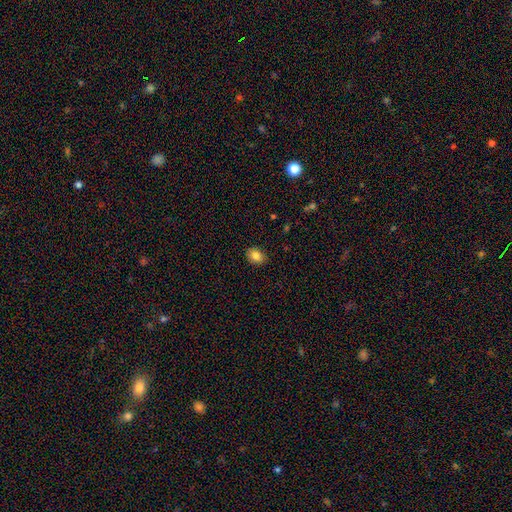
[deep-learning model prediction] smooth 84%, star or artifact 9%, featured or disk 7%. Down the decision tree: how rounded — in between (62%); merging — none (89%).